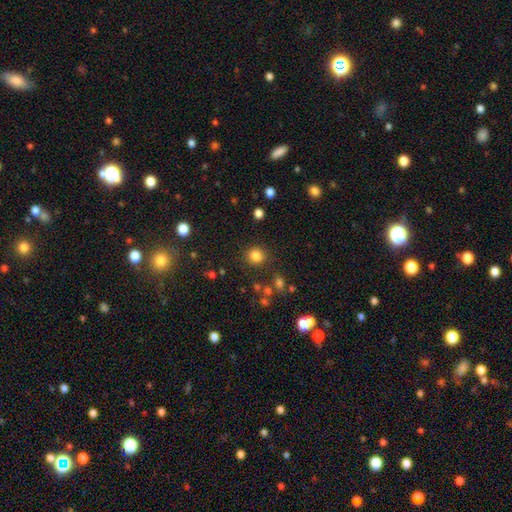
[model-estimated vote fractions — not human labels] This appears to be a smooth galaxy with no disk features (83%) that is round (90%). Merging: none (87%).